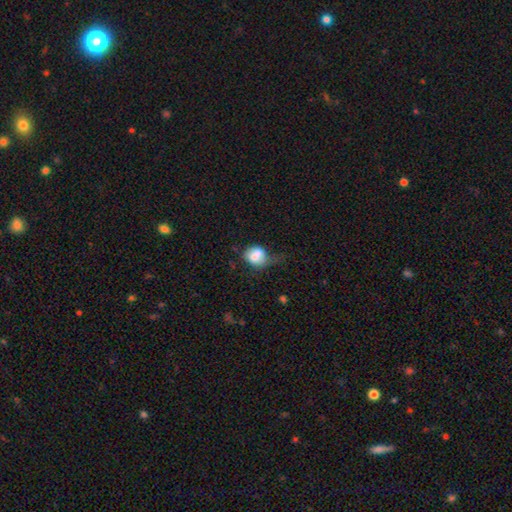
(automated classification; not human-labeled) Smooth or featured? smooth (69%)
How rounded? round (60%)
Merging? merger (39%)